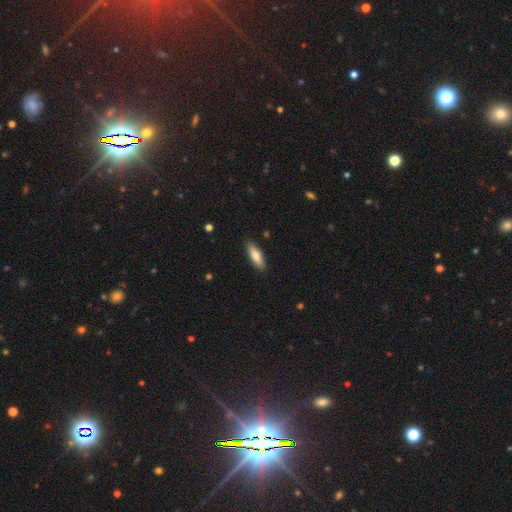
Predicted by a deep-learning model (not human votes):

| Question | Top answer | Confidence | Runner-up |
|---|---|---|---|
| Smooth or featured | smooth | 80% | featured or disk (14%) |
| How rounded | cigar-shaped | 51% | in between (47%) |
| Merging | none | 88% | minor disturbance (9%) |